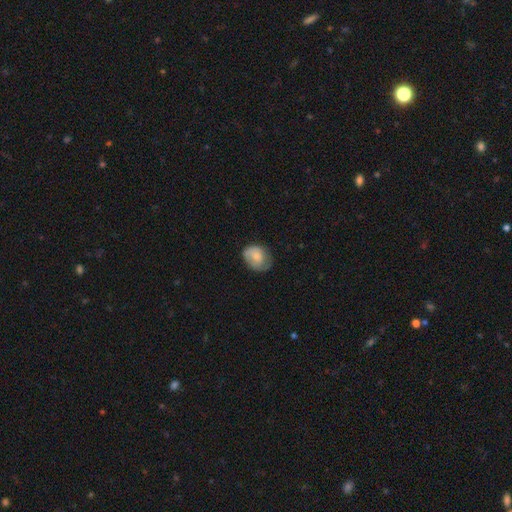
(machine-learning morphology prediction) smooth_or_featured: smooth (p=0.67) [alt: featured or disk p=0.26]
how_rounded: round (p=0.52) [alt: in between p=0.47]
merging: none (p=0.58) [alt: minor disturbance p=0.29]